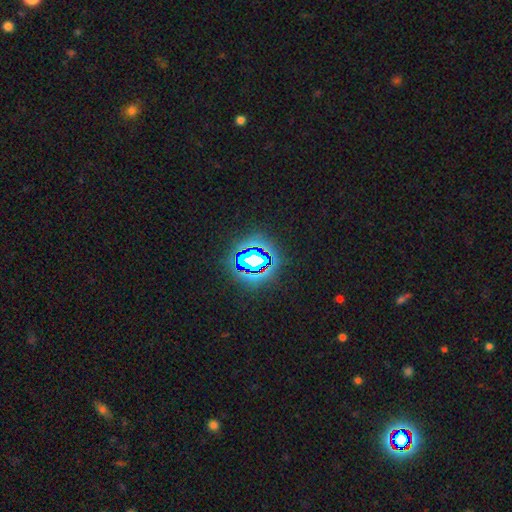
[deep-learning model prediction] Overall: star or artifact (80%).